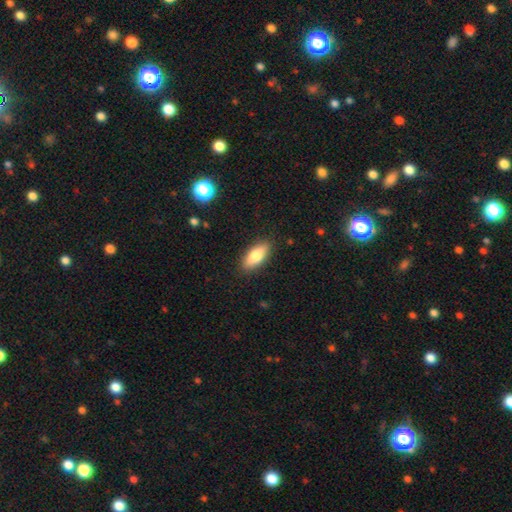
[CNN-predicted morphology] Smooth or featured: smooth — 78% (featured or disk — 15%)
How rounded: in between — 78% (cigar-shaped — 19%)
Merging: none — 88% (minor disturbance — 9%)